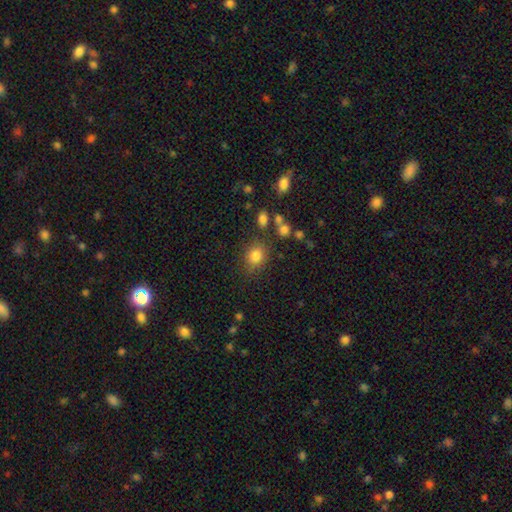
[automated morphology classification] A smooth galaxy with no disk features (82%) that is round (60%).

Vote fractions:
- Smooth or featured? smooth: 82% / star or artifact: 12% / featured or disk: 7%
- How rounded? round: 60% / in between: 38% / cigar-shaped: 1%
- Merging? none: 79% / minor disturbance: 12% / merger: 5% / major disturbance: 4%